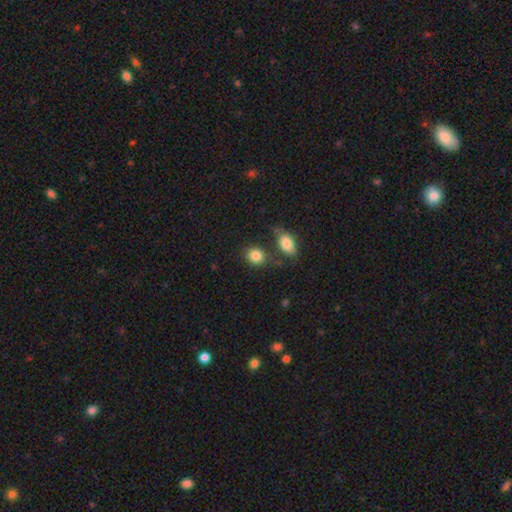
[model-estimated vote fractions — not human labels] A smooth galaxy with no disk features (85%) that is round (58%). Merging: none (66%).